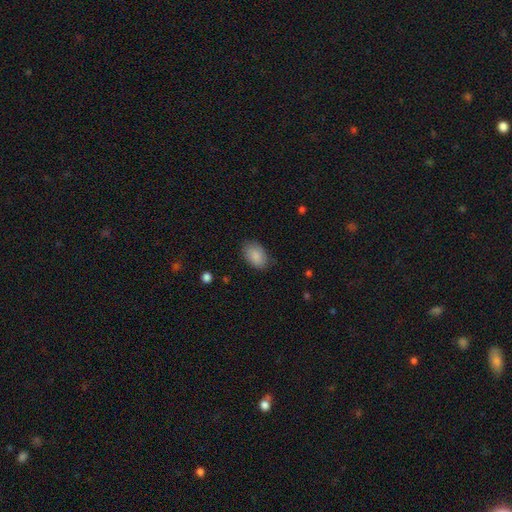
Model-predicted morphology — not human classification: smooth 88%, star or artifact 7%, featured or disk 6%. Down the decision tree: how rounded — in between (89%); merging — none (80%).